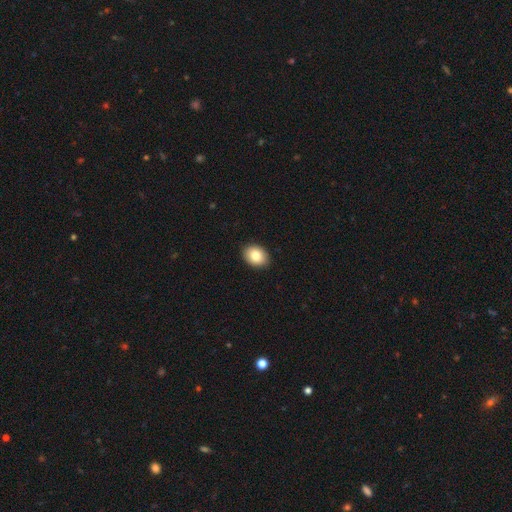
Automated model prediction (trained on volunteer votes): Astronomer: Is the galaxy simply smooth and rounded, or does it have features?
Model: smooth — 84%.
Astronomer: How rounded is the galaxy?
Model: in between — 70%.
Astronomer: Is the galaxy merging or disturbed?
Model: none — 91%.